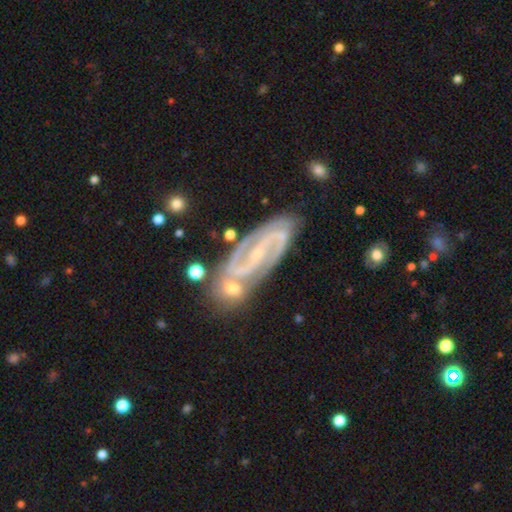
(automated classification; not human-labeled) Smooth or featured? featured or disk (83%)
Edge-on disk? no (90%)
Bar? weak (38%)
Spiral arms? yes (94%)
Spiral winding? medium (43%)
Spiral arm count? 2 (75%)
Bulge size? small (75%)
Merging? none (71%)